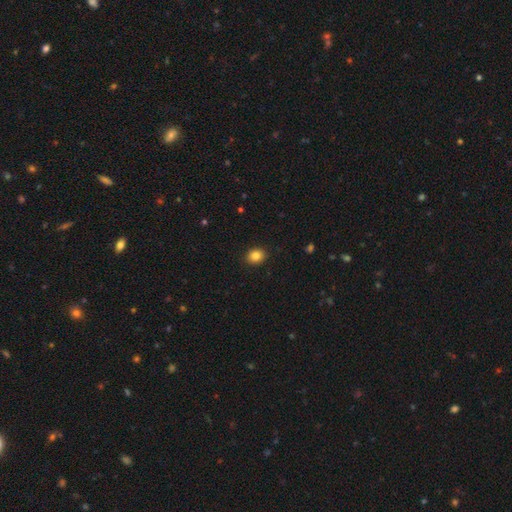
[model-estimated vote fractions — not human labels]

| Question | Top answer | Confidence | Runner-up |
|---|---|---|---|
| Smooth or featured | smooth | 85% | star or artifact (10%) |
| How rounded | round | 61% | in between (38%) |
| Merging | none | 91% | minor disturbance (6%) |